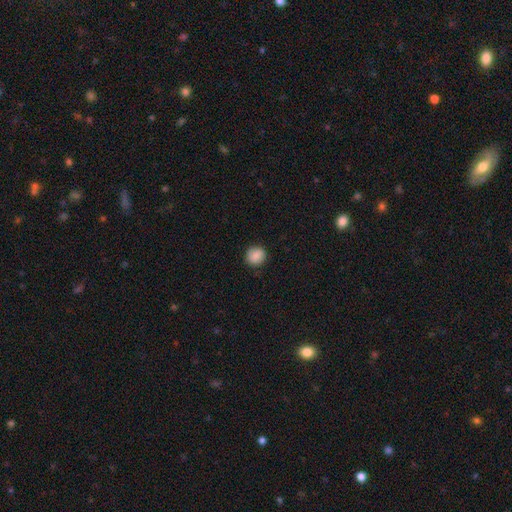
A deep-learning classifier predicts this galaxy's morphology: smooth_or_featured: smooth (p=0.87) [alt: star or artifact p=0.08]
how_rounded: round (p=0.86) [alt: in between p=0.13]
merging: none (p=0.88) [alt: minor disturbance p=0.09]